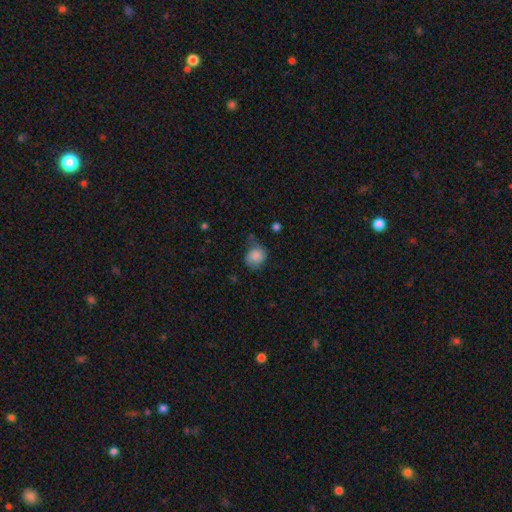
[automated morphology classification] type=smooth (82%); roundness=round (71%); merging=none (55%).